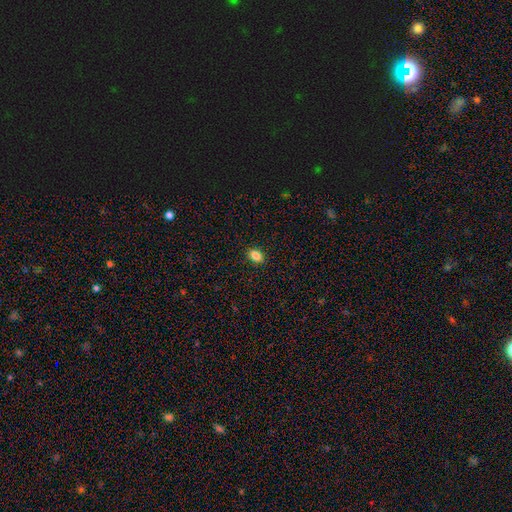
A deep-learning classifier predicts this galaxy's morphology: Smooth or featured?
  - smooth: 85% *
  - star or artifact: 10%
  - featured or disk: 5%
How rounded?
  - in between: 79% *
  - round: 19%
  - cigar-shaped: 2%
Merging?
  - none: 90% *
  - minor disturbance: 8%
  - major disturbance: 2%
  - merger: 1%